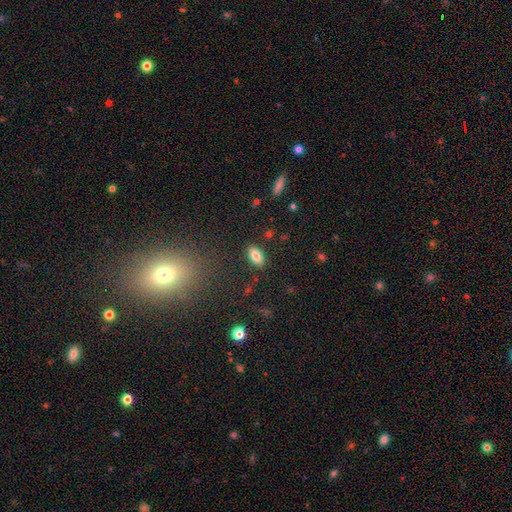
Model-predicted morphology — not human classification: Q: Smooth or featured?
A: smooth (81%); runner-up: featured or disk (10%)
Q: How rounded?
A: in between (90%); runner-up: cigar-shaped (6%)
Q: Merging?
A: none (86%); runner-up: minor disturbance (9%)